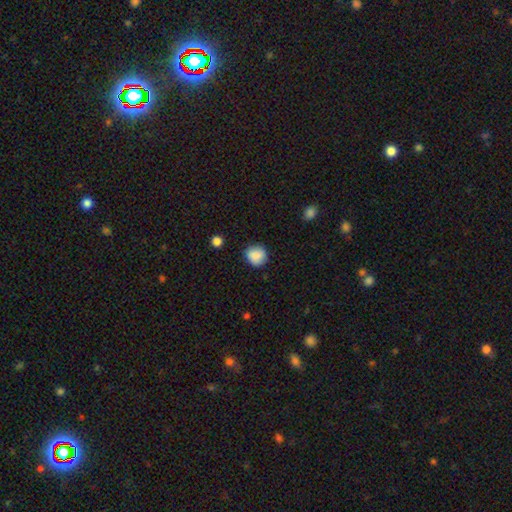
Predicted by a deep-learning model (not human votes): The model was most divided on "merging": none: 83%, minor disturbance: 13%, major disturbance: 3%, merger: 1%. More confident: smooth or featured — smooth (88%); how rounded — round (85%).